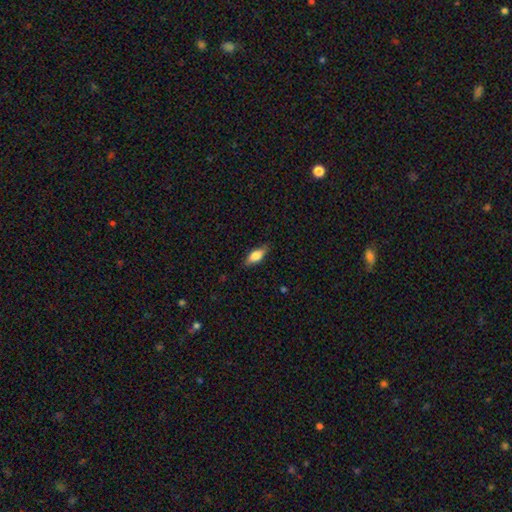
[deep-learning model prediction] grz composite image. It shows a smooth galaxy with no disk features (75%) that is in between round and cigar-shaped (79%). Merging: none (81%).